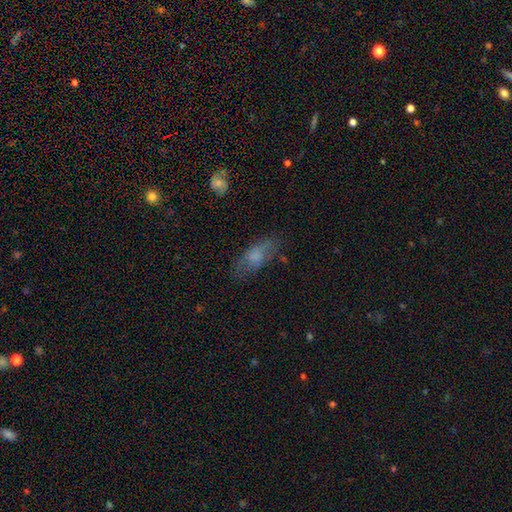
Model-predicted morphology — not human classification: A smooth galaxy with no disk features (64%) that is in between round and cigar-shaped (73%). Merging: none (65%).